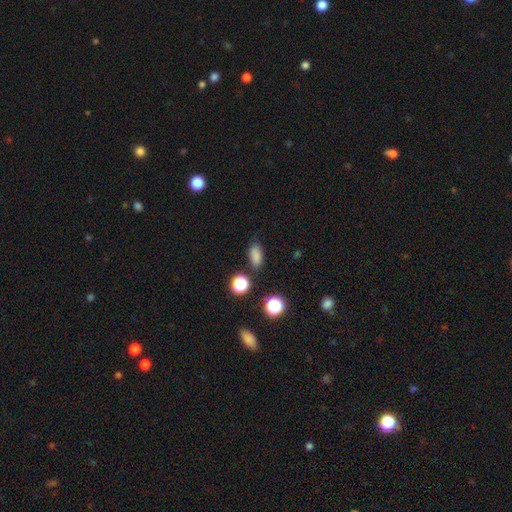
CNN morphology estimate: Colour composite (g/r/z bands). It shows a smooth galaxy with no disk features (80%) that is in between round and cigar-shaped (83%). Merging: none (80%).